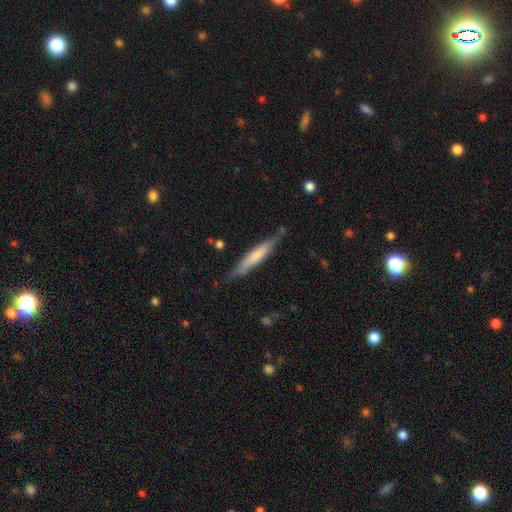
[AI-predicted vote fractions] Smooth or featured: smooth — 56% (featured or disk — 38%)
How rounded: cigar-shaped — 91% (in between — 8%)
Merging: none — 78% (minor disturbance — 17%)